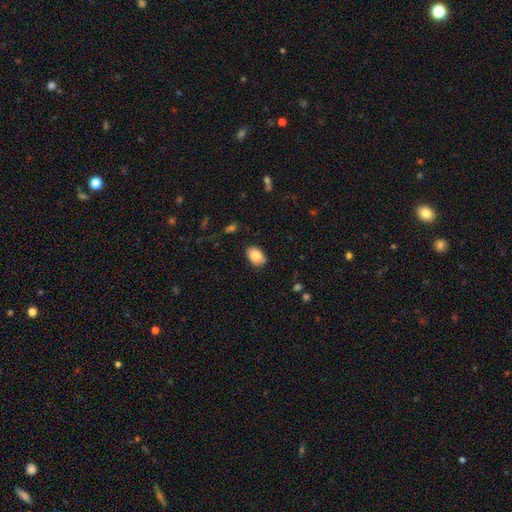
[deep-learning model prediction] This appears to be a smooth galaxy with no disk features (86%) that is in between round and cigar-shaped (83%). Merging: none (78%).